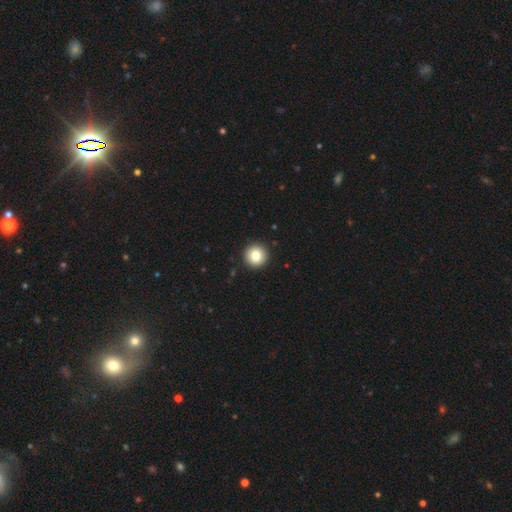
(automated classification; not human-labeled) Smooth or featured? Predicted: smooth (p=0.82). How rounded? Predicted: round (p=0.96). Merging? Predicted: none (p=0.94).